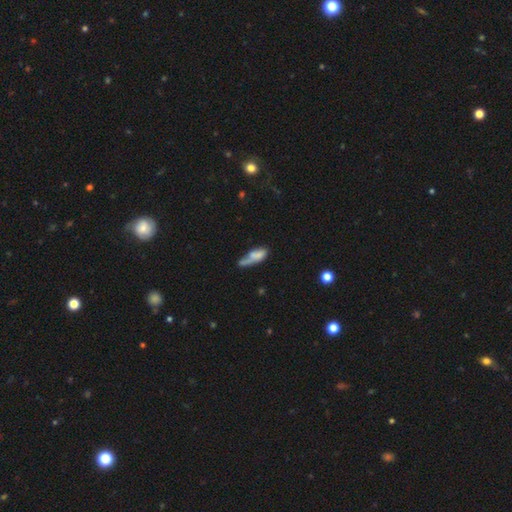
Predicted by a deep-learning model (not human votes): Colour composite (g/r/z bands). It shows a smooth galaxy with no disk features (66%) that is in between round and cigar-shaped (60%). Merging: none (31%).